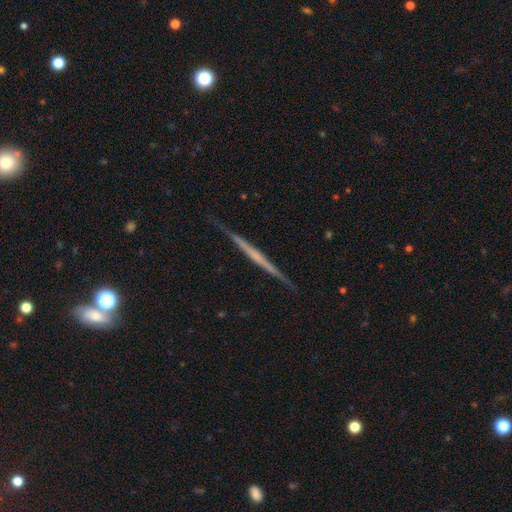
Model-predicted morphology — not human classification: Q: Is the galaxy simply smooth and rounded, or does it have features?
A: featured or disk — 71%.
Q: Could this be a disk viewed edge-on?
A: yes — 98%.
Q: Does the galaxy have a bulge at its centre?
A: none — 76%.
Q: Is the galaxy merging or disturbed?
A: none — 87%.